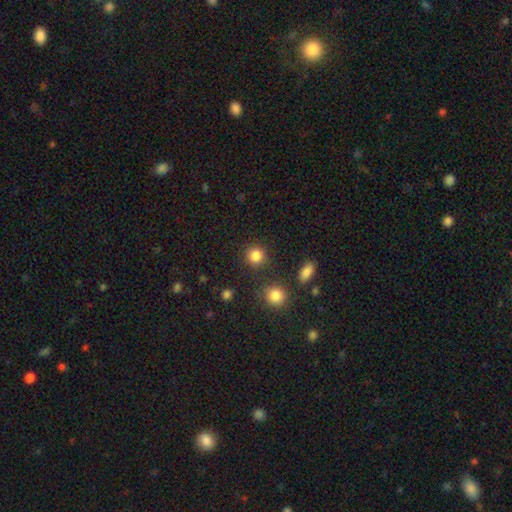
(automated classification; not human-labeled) Morphology: type=smooth (85%); roundness=round (90%); merging=none (87%).